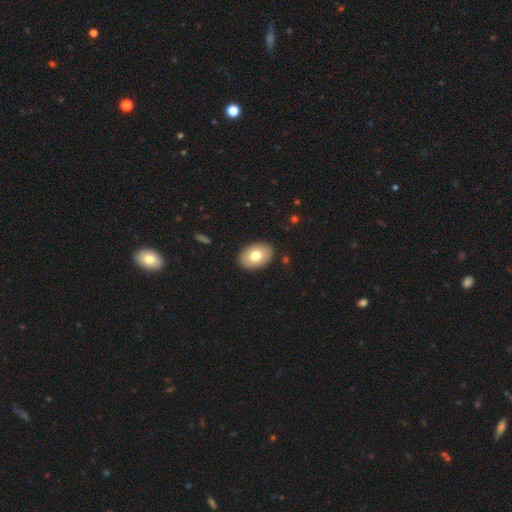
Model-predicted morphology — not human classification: The model was most divided on "smooth or featured": smooth: 75%, featured or disk: 18%, star or artifact: 7%. More confident: merging — none (90%); how rounded — in between (85%).